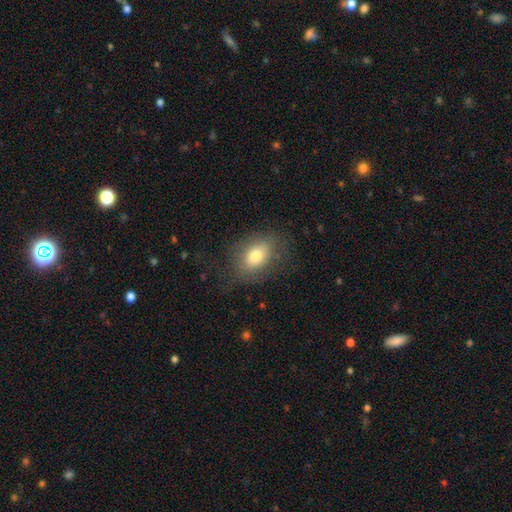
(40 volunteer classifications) Morphology: type=smooth (72%); roundness=in between (72%); merging=none (62%).